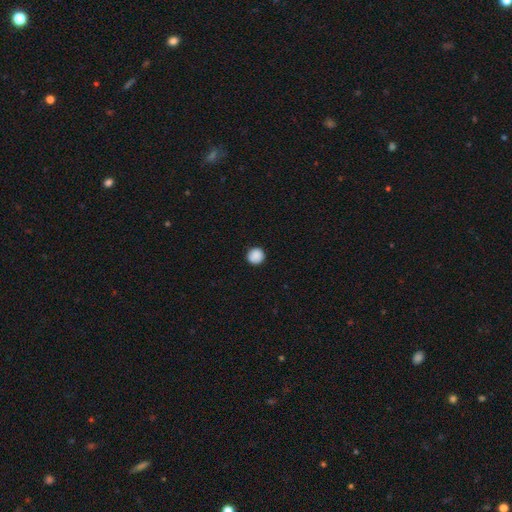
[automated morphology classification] Overall: smooth (89%). How rounded: round (94%). Merging: none (91%).